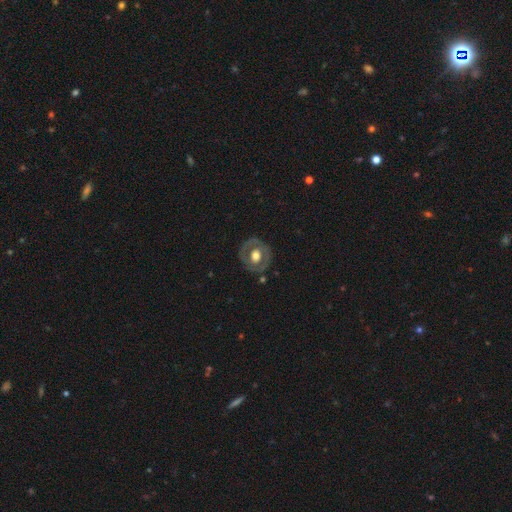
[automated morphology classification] type=featured or disk (58%); edge-on=no (95%); bar=no (76%); spiral arms=no (80%); bulge=moderate (49%); merging=none (79%).